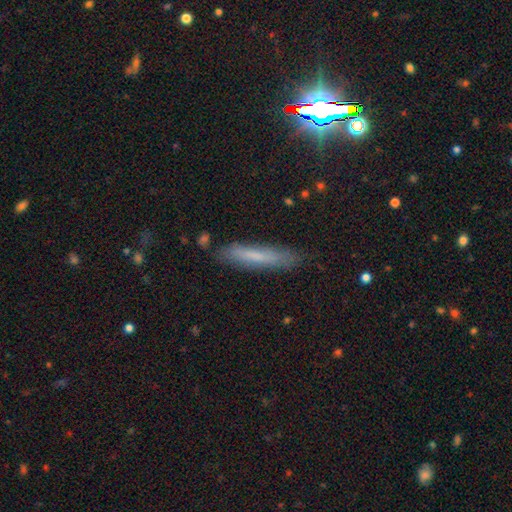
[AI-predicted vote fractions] A smooth galaxy with no disk features (62%) that is cigar-shaped (89%). Merging: none (80%).